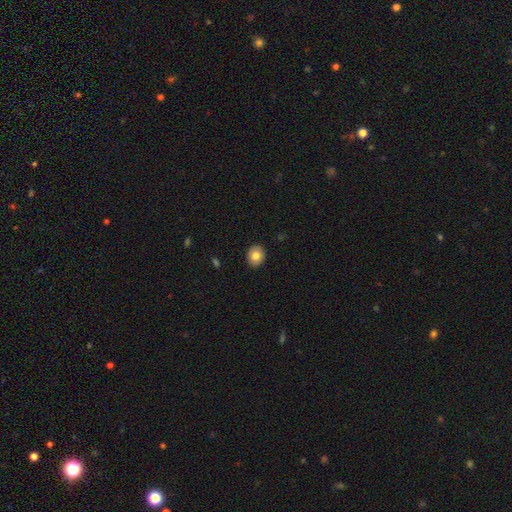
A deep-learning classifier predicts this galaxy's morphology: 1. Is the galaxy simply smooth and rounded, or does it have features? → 79% smooth, 13% featured or disk, 8% star or artifact.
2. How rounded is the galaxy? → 57% round, 42% in between, 1% cigar-shaped.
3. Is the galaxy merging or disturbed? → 90% none, 7% minor disturbance, 2% major disturbance, 1% merger.